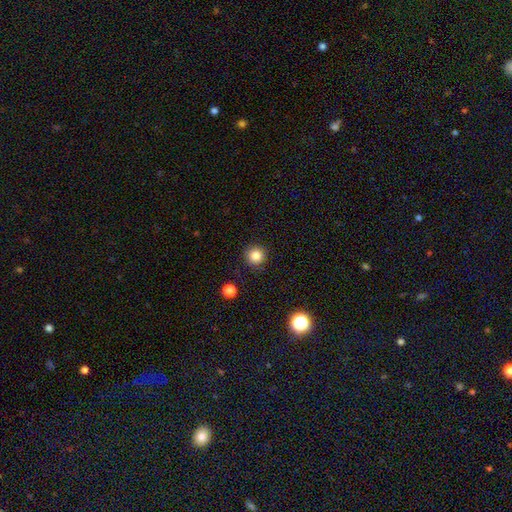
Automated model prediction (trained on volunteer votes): smooth 84%, star or artifact 11%, featured or disk 4%. Down the decision tree: how rounded — round (95%); merging — none (90%).